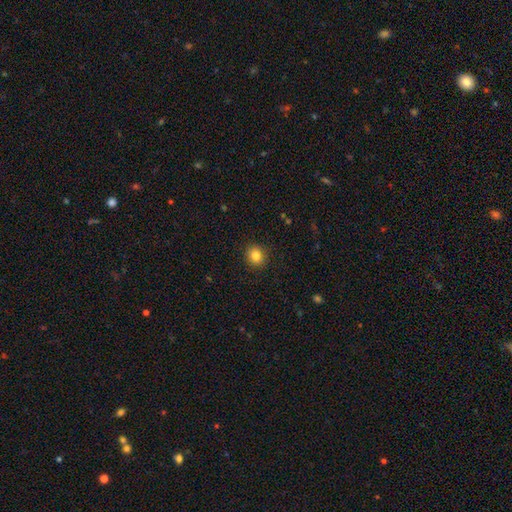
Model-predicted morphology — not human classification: type=smooth (84%); roundness=round (80%); merging=none (91%).